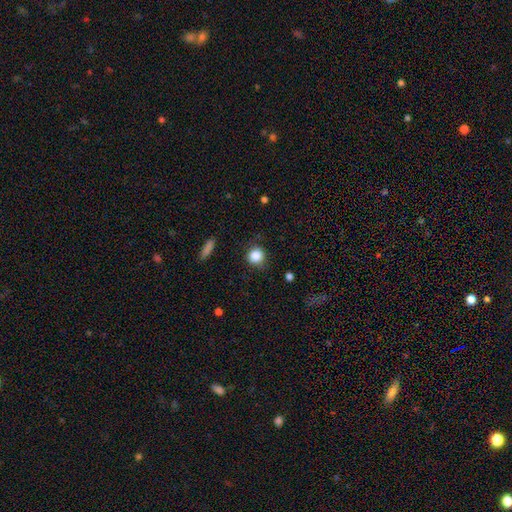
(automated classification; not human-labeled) Q: Smooth or featured?
A: smooth (86%); runner-up: star or artifact (10%)
Q: How rounded?
A: round (89%); runner-up: in between (10%)
Q: Merging?
A: none (82%); runner-up: minor disturbance (13%)